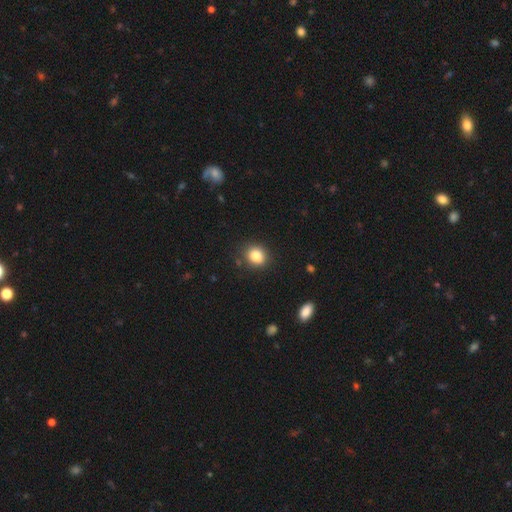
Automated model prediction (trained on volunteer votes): Smooth or featured?
  - smooth: 83% *
  - star or artifact: 11%
  - featured or disk: 6%
How rounded?
  - round: 75% *
  - in between: 24%
  - cigar-shaped: 1%
Merging?
  - none: 85% *
  - minor disturbance: 10%
  - major disturbance: 3%
  - merger: 2%